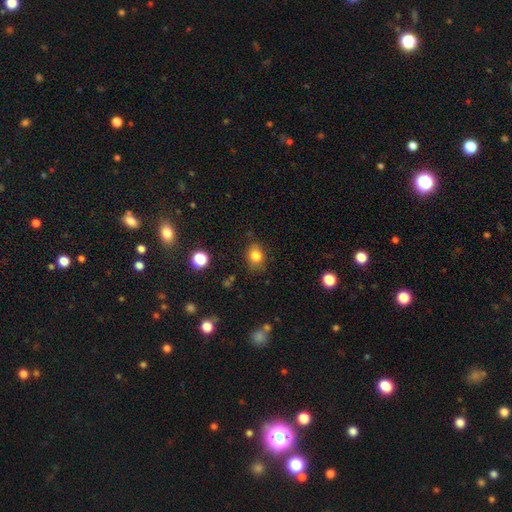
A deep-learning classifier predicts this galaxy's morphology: This appears to be a smooth galaxy with no disk features (82%) that is in between round and cigar-shaped (55%). Merging: none (79%).